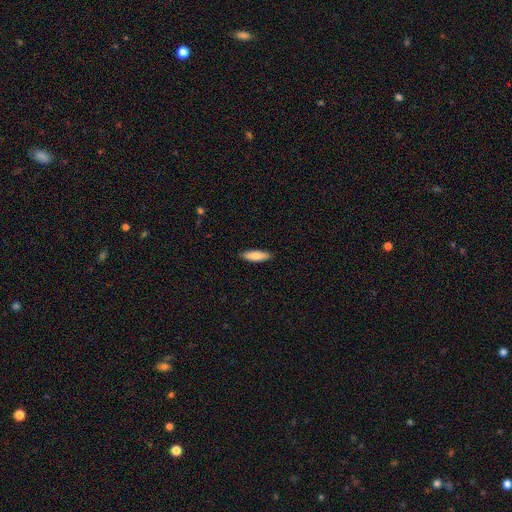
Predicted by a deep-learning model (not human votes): A smooth galaxy with no disk features (83%) that is in between round and cigar-shaped (50%). Merging: none (89%).